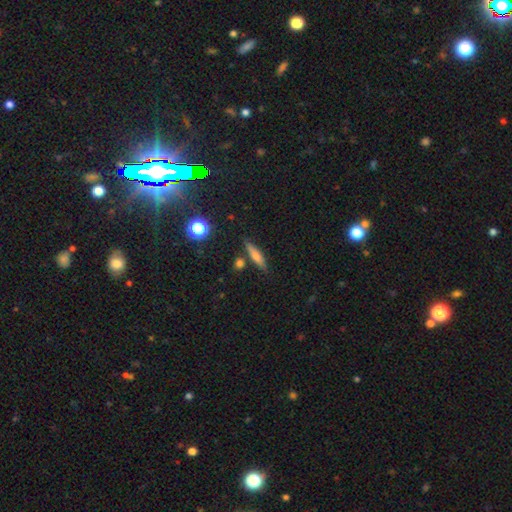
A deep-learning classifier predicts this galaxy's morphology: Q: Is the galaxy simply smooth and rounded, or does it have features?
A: smooth — 55%.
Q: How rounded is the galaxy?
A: cigar-shaped — 79%.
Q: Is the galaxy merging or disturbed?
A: none — 80%.